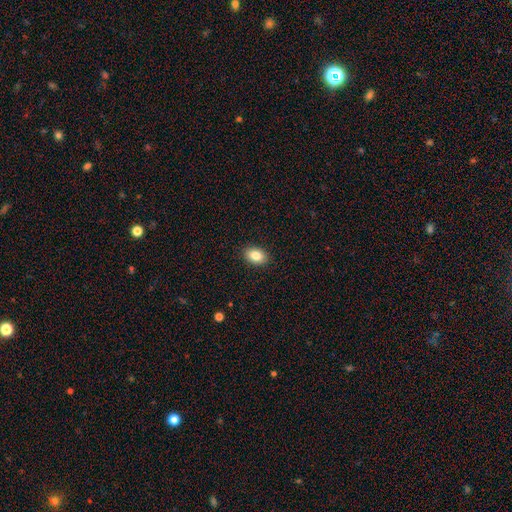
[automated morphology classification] Q: Smooth or featured?
A: smooth (85%); runner-up: star or artifact (8%)
Q: How rounded?
A: in between (82%); runner-up: round (17%)
Q: Merging?
A: none (91%); runner-up: minor disturbance (7%)